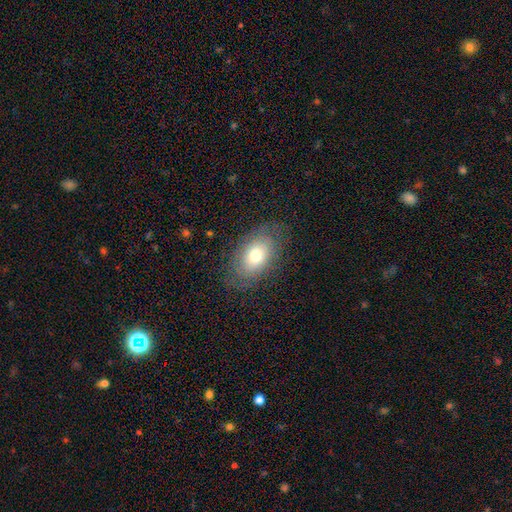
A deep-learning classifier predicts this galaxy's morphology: Smooth or featured? Predicted: smooth (p=0.60). How rounded? Predicted: in between (p=0.88). Merging? Predicted: none (p=0.77).